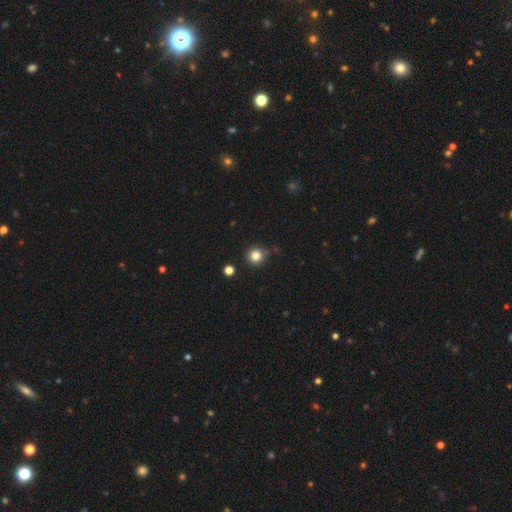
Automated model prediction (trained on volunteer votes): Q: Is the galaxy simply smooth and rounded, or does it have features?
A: smooth — 82%.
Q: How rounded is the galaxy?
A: round — 94%.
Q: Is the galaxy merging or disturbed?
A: none — 82%.